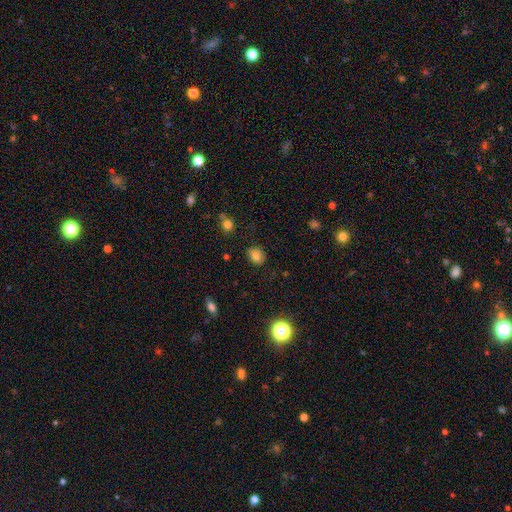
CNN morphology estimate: Overall: smooth (80%). How rounded: round (52%; in between 46%). Merging: none (82%).